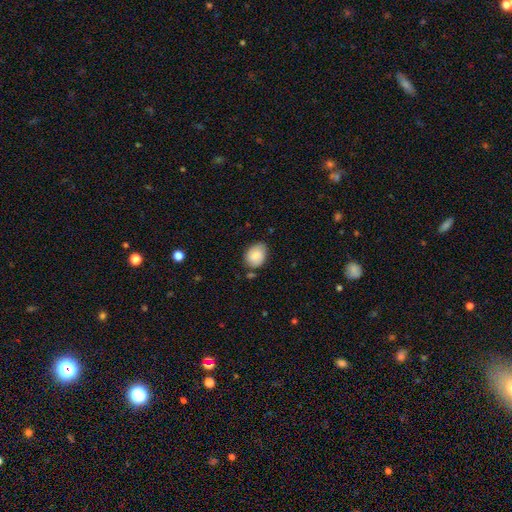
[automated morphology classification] This is clearly a smooth galaxy (80%). How rounded: likely in between (63%). Merging: likely none (69%).